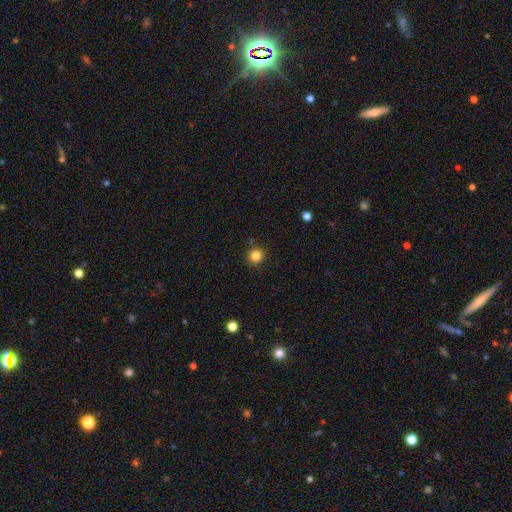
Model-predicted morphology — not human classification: This is clearly a smooth galaxy (84%). How rounded: clearly round (93%). Merging: clearly none (88%).